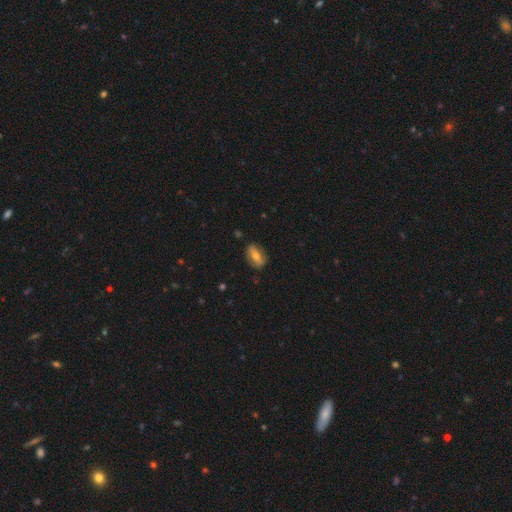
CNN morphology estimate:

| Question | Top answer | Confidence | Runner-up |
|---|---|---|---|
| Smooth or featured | smooth | 48% | featured or disk (44%) |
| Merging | none | 80% | minor disturbance (15%) |